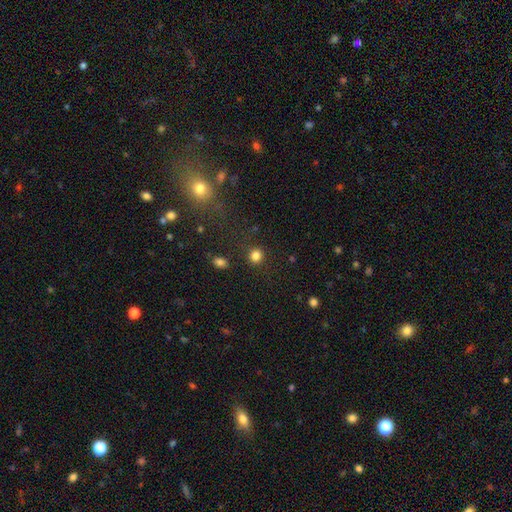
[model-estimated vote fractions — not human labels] This appears to be a smooth galaxy with no disk features (83%) that is round (88%). Merging: none (86%).